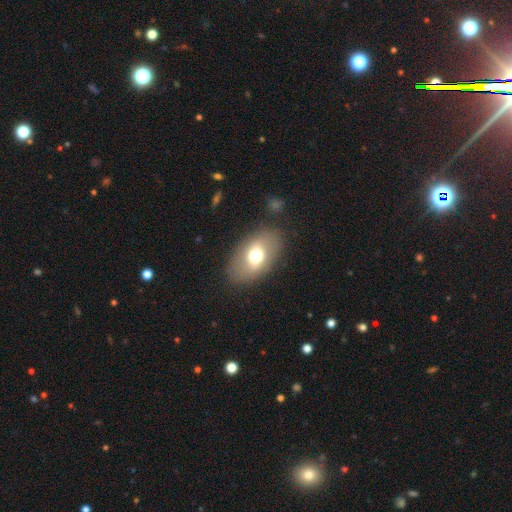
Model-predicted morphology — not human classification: Smooth or featured? smooth (64%)
How rounded? in between (88%)
Merging? none (83%)